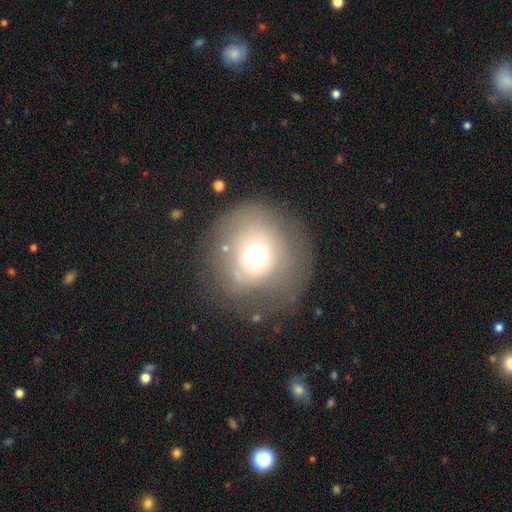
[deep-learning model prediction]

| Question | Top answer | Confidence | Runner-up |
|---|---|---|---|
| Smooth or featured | smooth | 60% | featured or disk (23%) |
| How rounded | round | 82% | in between (17%) |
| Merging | none | 54% | major disturbance (22%) |